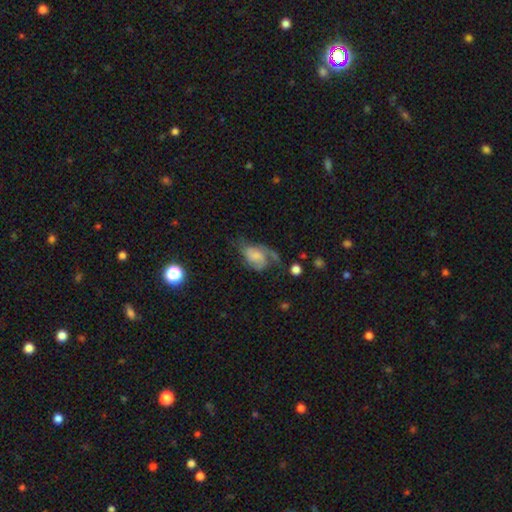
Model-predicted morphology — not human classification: Smooth or featured? Predicted: featured or disk (p=0.50). Merging? Predicted: major disturbance (p=0.43).